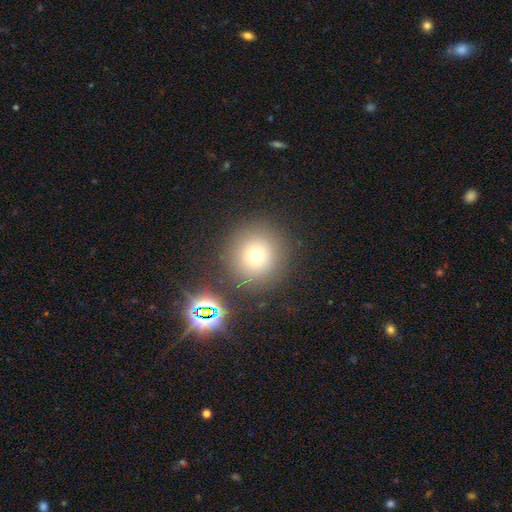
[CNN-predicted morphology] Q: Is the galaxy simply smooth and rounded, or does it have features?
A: smooth — 69%.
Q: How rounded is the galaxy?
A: round — 94%.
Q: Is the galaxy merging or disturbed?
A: none — 84%.